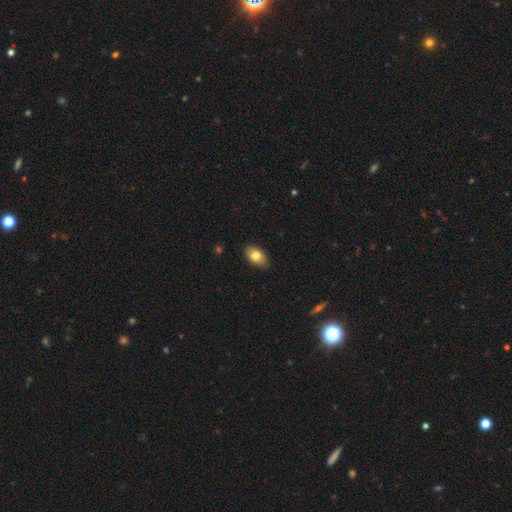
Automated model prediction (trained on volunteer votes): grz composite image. It shows a smooth galaxy with no disk features (77%) that is in between round and cigar-shaped (90%). Merging: none (80%).